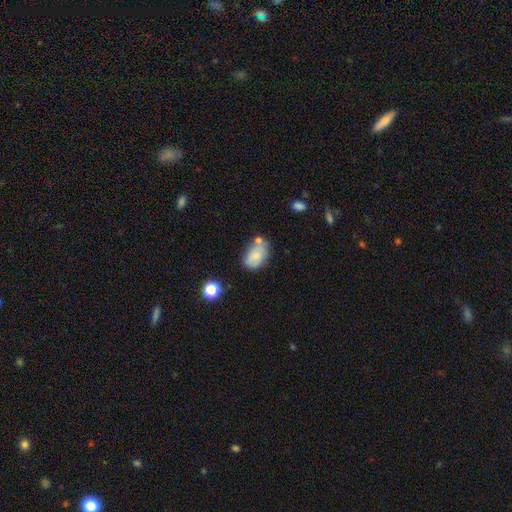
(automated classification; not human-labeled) smooth 75%, featured or disk 17%, star or artifact 8%. Down the decision tree: how rounded — in between (87%); merging — none (53%).